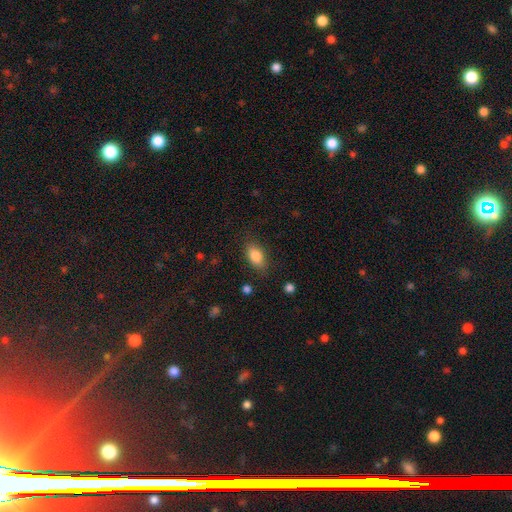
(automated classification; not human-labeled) This is clearly a smooth galaxy (83%). How rounded: clearly in between (87%). Merging: clearly none (81%).